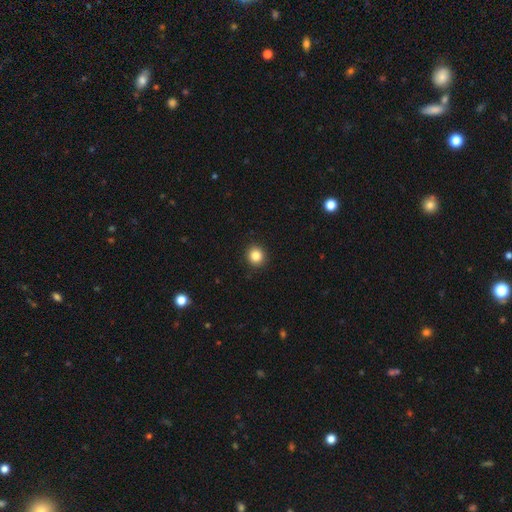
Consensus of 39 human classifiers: A smooth galaxy with no disk features (95%) that is round (89%). Merging: none (97%).